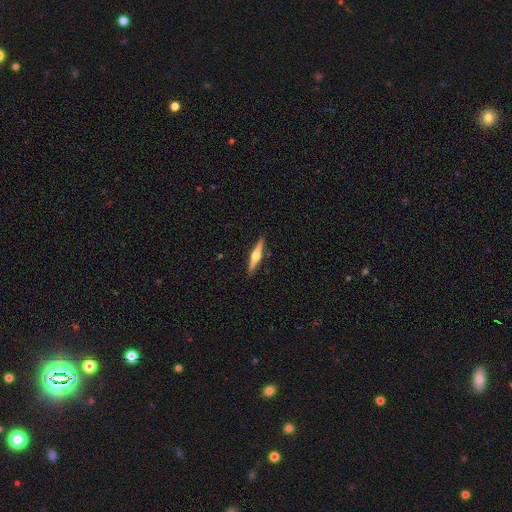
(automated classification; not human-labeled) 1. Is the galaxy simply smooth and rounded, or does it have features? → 69% featured or disk, 26% smooth, 5% star or artifact.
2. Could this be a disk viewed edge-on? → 98% yes, 2% no.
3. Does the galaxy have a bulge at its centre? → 93% rounded, 5% boxy, 2% none.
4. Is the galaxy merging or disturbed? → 91% none, 7% minor disturbance, 1% major disturbance, 1% merger.